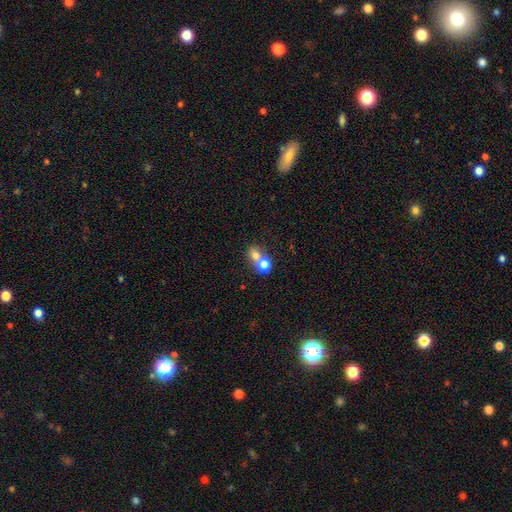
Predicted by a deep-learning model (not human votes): smooth_or_featured: smooth (p=0.72) [alt: featured or disk p=0.15]
how_rounded: round (p=0.62) [alt: in between p=0.37]
merging: merger (p=0.59) [alt: none p=0.31]